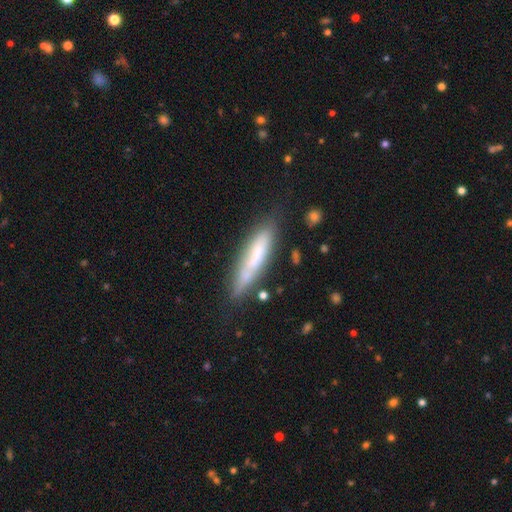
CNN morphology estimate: smooth_or_featured: smooth (p=0.55) [alt: featured or disk p=0.37]
how_rounded: cigar-shaped (p=0.80) [alt: in between p=0.19]
merging: none (p=0.66) [alt: minor disturbance p=0.21]